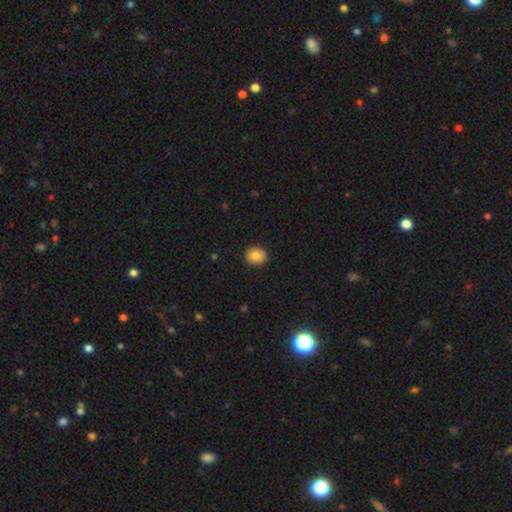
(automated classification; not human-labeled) A smooth galaxy with no disk features (84%) that is round (79%).

Vote fractions:
- Smooth or featured? smooth: 84% / star or artifact: 9% / featured or disk: 7%
- How rounded? round: 79% / in between: 20% / cigar-shaped: 1%
- Merging? none: 91% / minor disturbance: 6% / major disturbance: 2% / merger: 1%